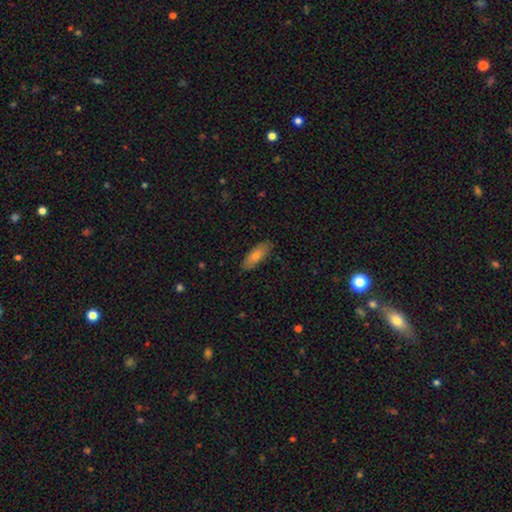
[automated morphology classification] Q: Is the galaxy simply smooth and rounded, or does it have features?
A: smooth — 72%.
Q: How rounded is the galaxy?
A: in between — 62%.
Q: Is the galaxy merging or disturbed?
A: none — 88%.